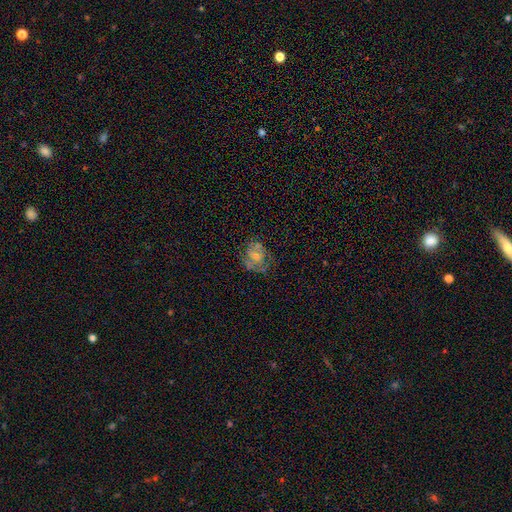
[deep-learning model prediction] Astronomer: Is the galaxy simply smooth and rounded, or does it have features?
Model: featured or disk — 50% (runner-up: smooth, 28%).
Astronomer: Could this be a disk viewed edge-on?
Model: no — 96%.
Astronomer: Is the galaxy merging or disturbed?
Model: none — 66%.